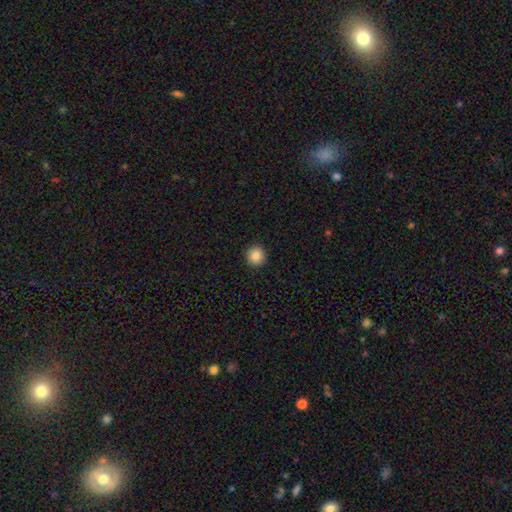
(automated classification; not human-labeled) Smooth or featured? Predicted: smooth (p=0.86). How rounded? Predicted: round (p=0.95). Merging? Predicted: none (p=0.93).